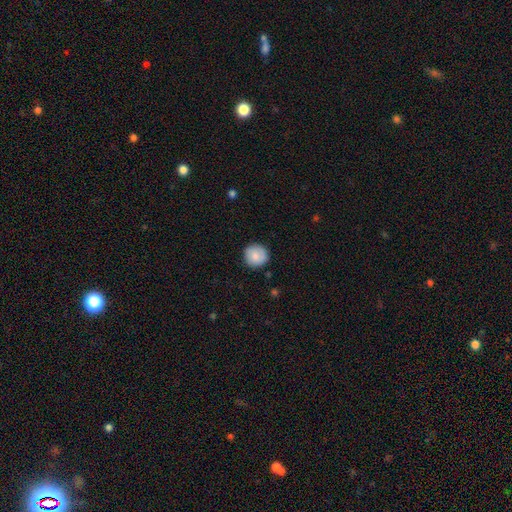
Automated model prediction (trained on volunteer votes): Overall: smooth (83%). How rounded: round (93%). Merging: none (88%).